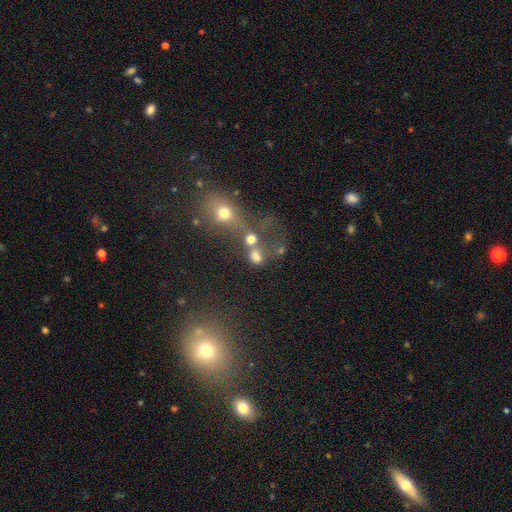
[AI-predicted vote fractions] smooth-or-featured: smooth: 63% | star or artifact: 23% | featured or disk: 15%
  how-rounded: round: 67% | in between: 31% | cigar-shaped: 3%
  merging: merger: 45% | none: 34% | major disturbance: 11% | minor disturbance: 9%